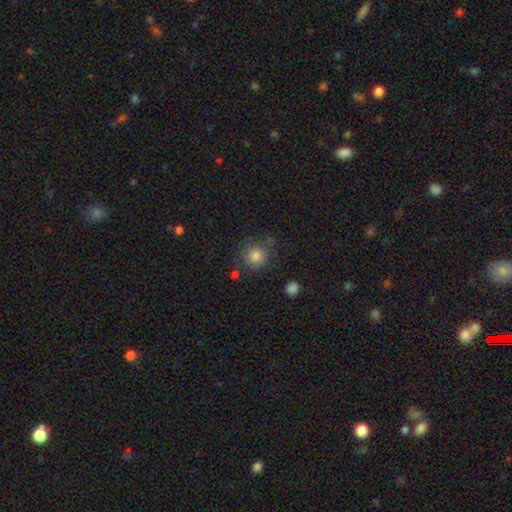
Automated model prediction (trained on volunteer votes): smooth-or-featured: smooth: 81% | star or artifact: 11% | featured or disk: 7%
  how-rounded: round: 90% | in between: 9% | cigar-shaped: 1%
  merging: none: 77% | minor disturbance: 14% | merger: 5% | major disturbance: 5%